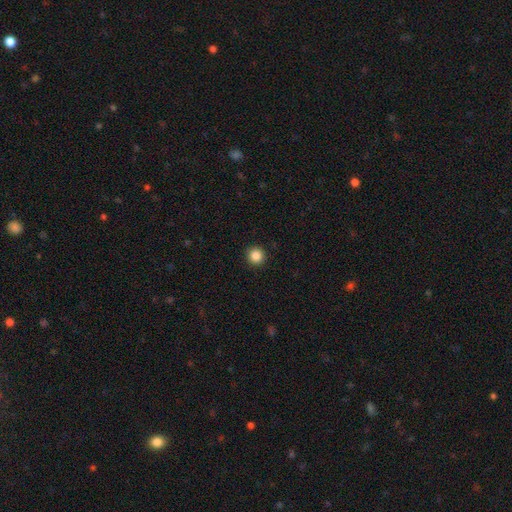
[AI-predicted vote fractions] The model was most divided on "smooth or featured": smooth: 87%, star or artifact: 10%, featured or disk: 3%. More confident: how rounded — round (95%); merging — none (93%).